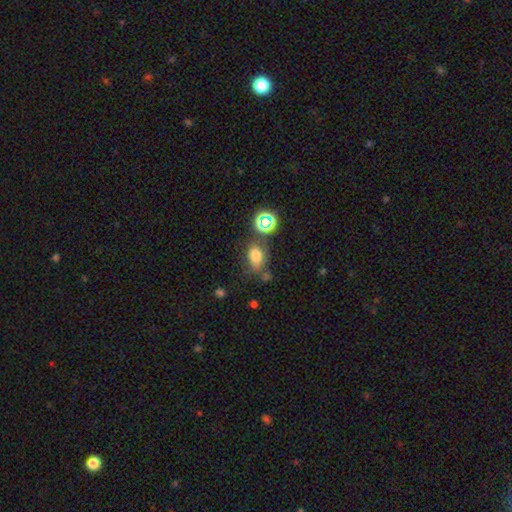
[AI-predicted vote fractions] smooth-or-featured: smooth: 69% | star or artifact: 20% | featured or disk: 11%
  how-rounded: in between: 71% | round: 27% | cigar-shaped: 2%
  merging: none: 61% | minor disturbance: 19% | merger: 12% | major disturbance: 8%